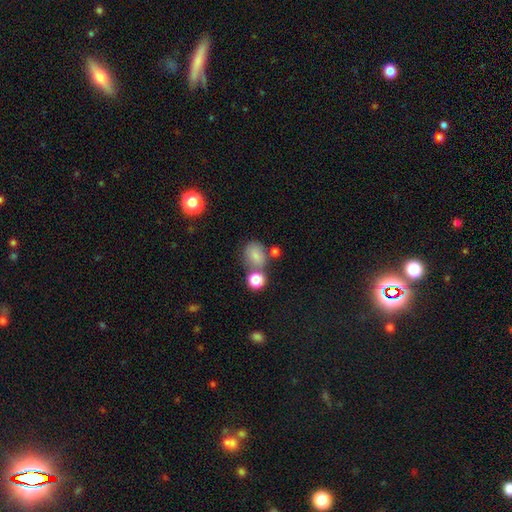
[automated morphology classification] Smooth or featured? smooth (77%)
How rounded? round (50%)
Merging? none (56%)